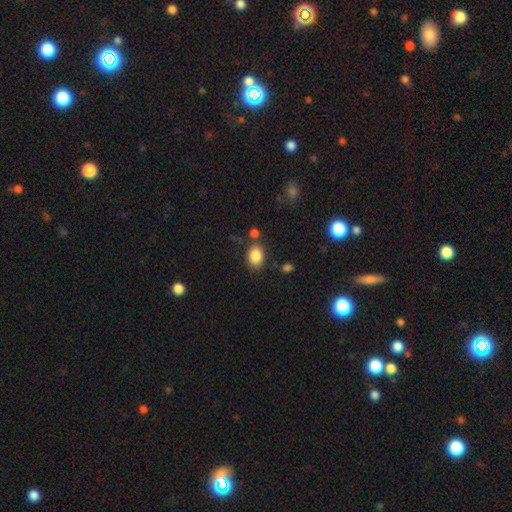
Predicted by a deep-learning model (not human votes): A smooth galaxy with no disk features (86%) that is in between round and cigar-shaped (72%).

Vote fractions:
- Smooth or featured? smooth: 86% / star or artifact: 9% / featured or disk: 5%
- How rounded? in between: 72% / round: 26% / cigar-shaped: 1%
- Merging? none: 75% / minor disturbance: 13% / merger: 9% / major disturbance: 4%